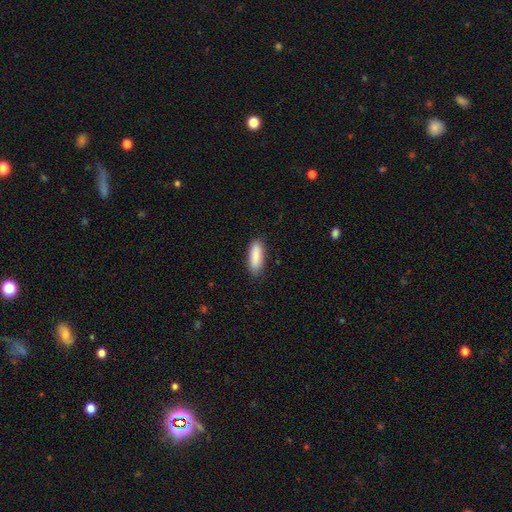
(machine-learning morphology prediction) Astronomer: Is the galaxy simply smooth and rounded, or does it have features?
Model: smooth — 88%.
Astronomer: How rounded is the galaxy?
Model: in between — 63%.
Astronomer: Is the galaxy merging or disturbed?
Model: none — 86%.